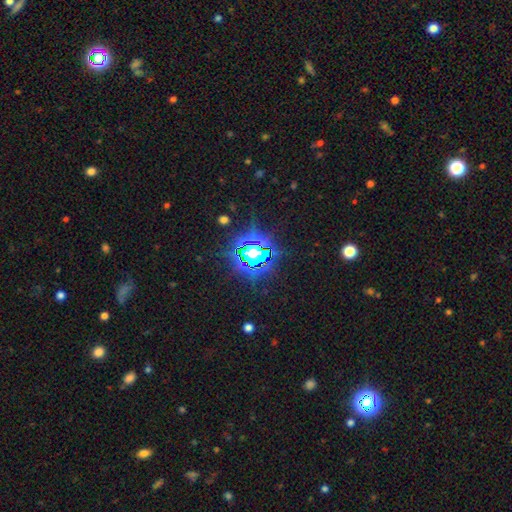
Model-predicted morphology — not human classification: smooth_or_featured: star or artifact (p=0.75) [alt: smooth p=0.15]